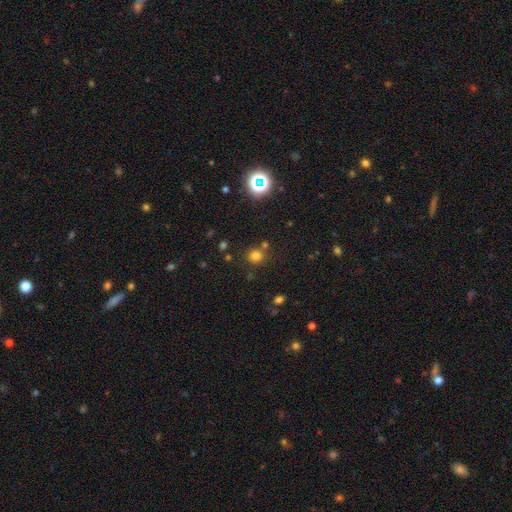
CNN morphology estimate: A smooth galaxy with no disk features (73%) that is round (87%). Merging: none (76%).